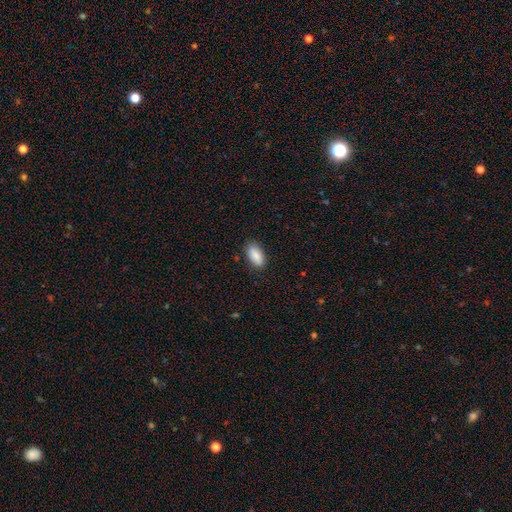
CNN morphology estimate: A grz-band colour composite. It shows a smooth galaxy with no disk features (88%) that is in between round and cigar-shaped (91%). Merging: none (86%).